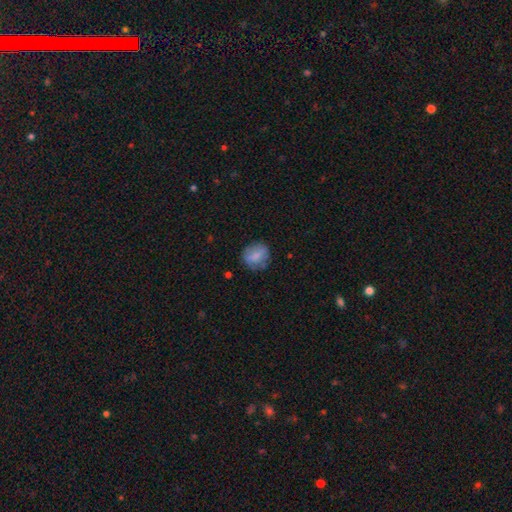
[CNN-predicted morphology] This is likely a smooth galaxy (73%). How rounded: likely round (68%). Merging: likely none (72%).